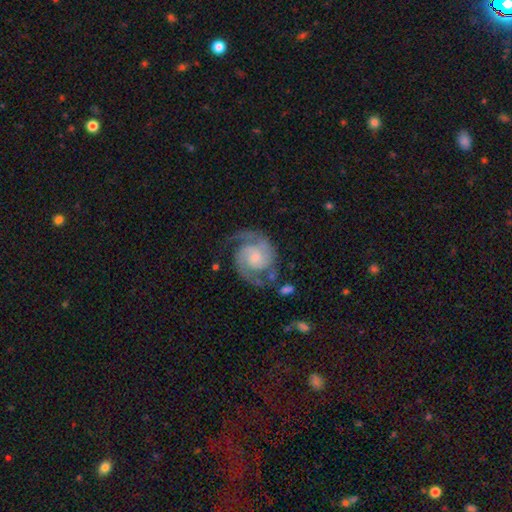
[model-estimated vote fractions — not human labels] smooth_or_featured: featured or disk (p=0.90) [alt: smooth p=0.06]
disk_edge_on: no (p=0.98) [alt: yes p=0.02]
bar: no (p=0.64) [alt: weak p=0.30]
has_spiral_arms: yes (p=0.98) [alt: no p=0.02]
spiral_winding: medium (p=0.49) [alt: tight p=0.41]
spiral_arm_count: 2 (p=0.91) [alt: can't tell p=0.03]
bulge_size: small (p=0.41) [alt: moderate p=0.31]
merging: none (p=0.74) [alt: minor disturbance p=0.16]